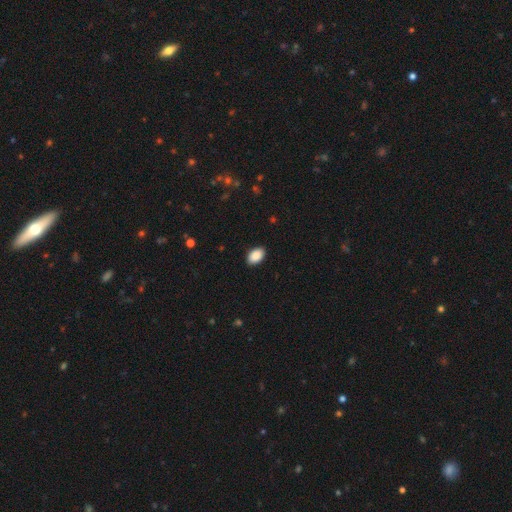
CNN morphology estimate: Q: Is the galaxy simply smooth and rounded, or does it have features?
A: smooth — 91%.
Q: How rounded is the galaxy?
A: in between — 92%.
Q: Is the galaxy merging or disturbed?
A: none — 90%.